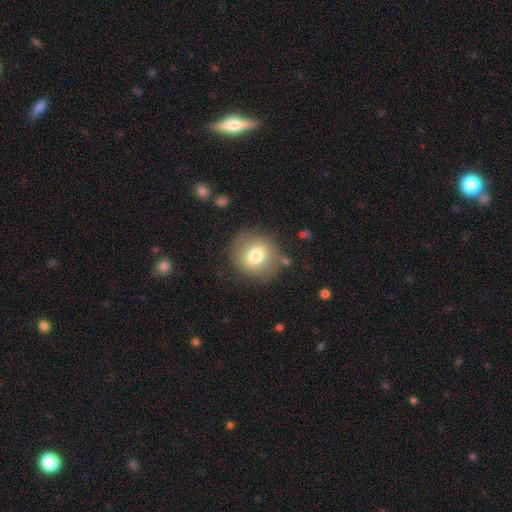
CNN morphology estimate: This is likely a smooth galaxy (69%). How rounded: clearly round (82%). Merging: clearly none (80%).